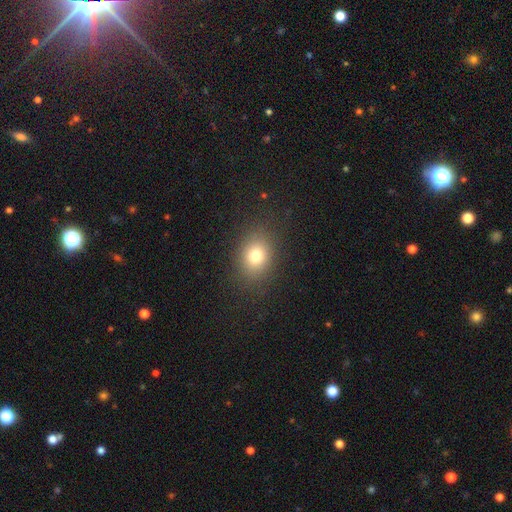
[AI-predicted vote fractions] A smooth galaxy with no disk features (76%) that is in between round and cigar-shaped (52%). Merging: none (85%).